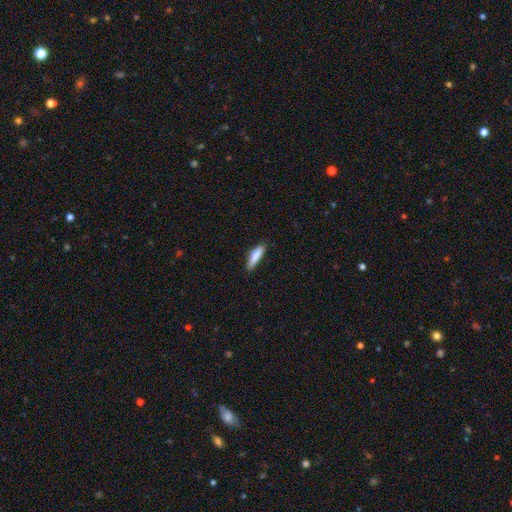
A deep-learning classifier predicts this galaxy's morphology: smooth_or_featured: smooth (p=0.85) [alt: featured or disk p=0.09]
how_rounded: cigar-shaped (p=0.73) [alt: in between p=0.25]
merging: none (p=0.84) [alt: minor disturbance p=0.13]